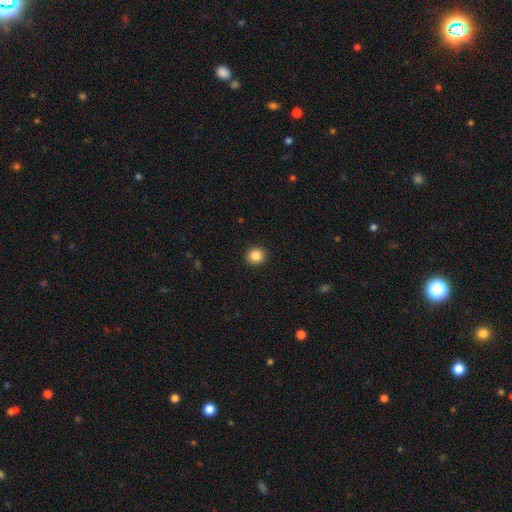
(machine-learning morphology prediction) Smooth or featured? Predicted: smooth (p=0.85). How rounded? Predicted: round (p=0.85). Merging? Predicted: none (p=0.92).